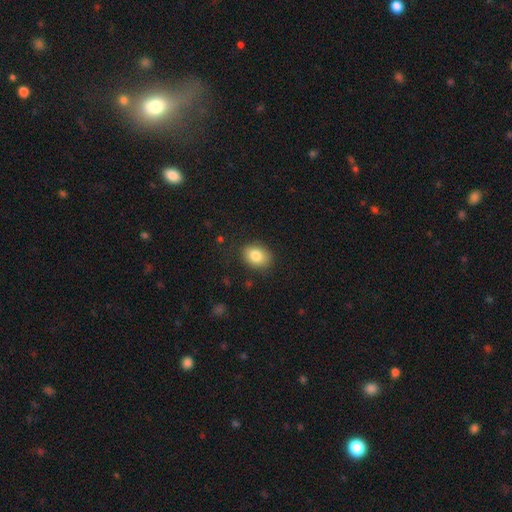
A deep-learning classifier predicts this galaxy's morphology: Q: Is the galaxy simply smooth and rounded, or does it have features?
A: smooth — 83%.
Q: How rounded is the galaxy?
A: in between — 64%.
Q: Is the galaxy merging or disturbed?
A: none — 84%.